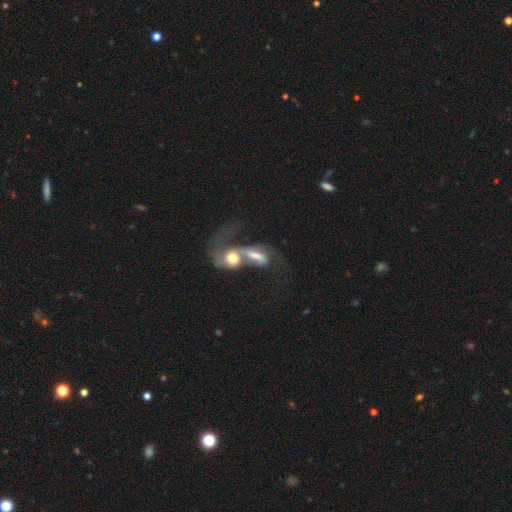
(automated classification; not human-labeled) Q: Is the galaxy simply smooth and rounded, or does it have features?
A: featured or disk — 52%.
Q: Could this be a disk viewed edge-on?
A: no — 90%.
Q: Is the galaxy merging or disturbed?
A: merger — 80%.